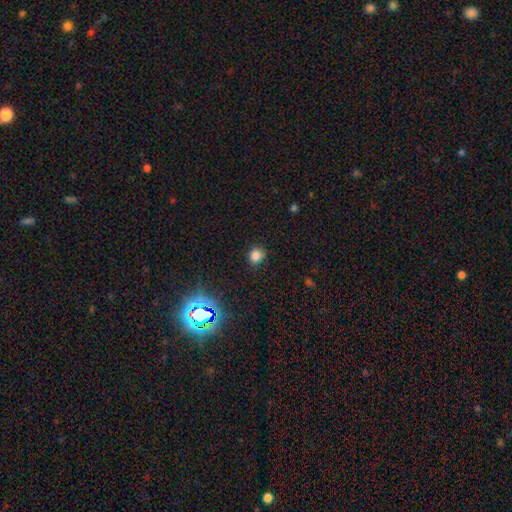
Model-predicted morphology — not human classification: Smooth or featured? smooth (78%)
How rounded? round (73%)
Merging? none (82%)